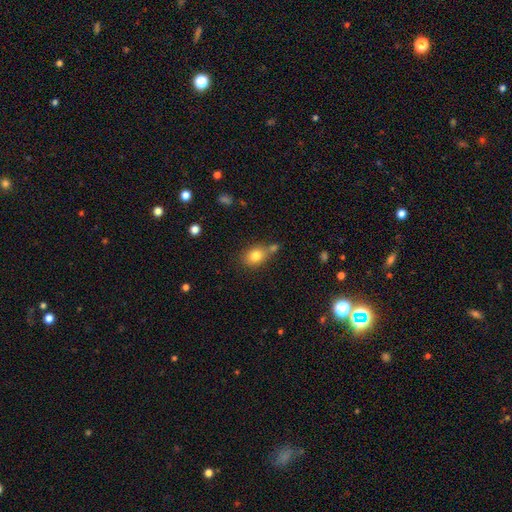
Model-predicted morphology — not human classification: type=smooth (80%); roundness=in between (59%); merging=none (57%).